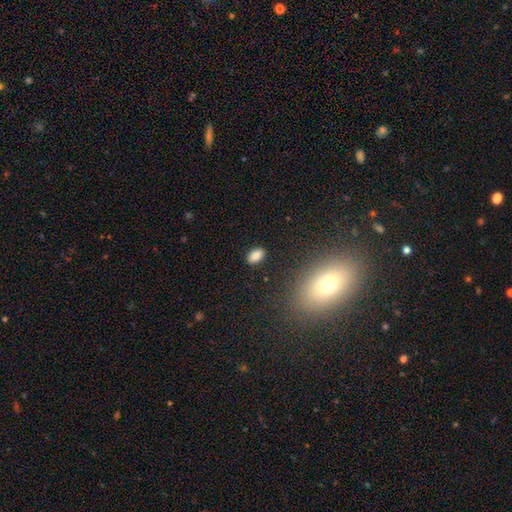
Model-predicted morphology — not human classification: smooth 84%, star or artifact 11%, featured or disk 6%. Down the decision tree: how rounded — in between (89%); merging — none (87%).